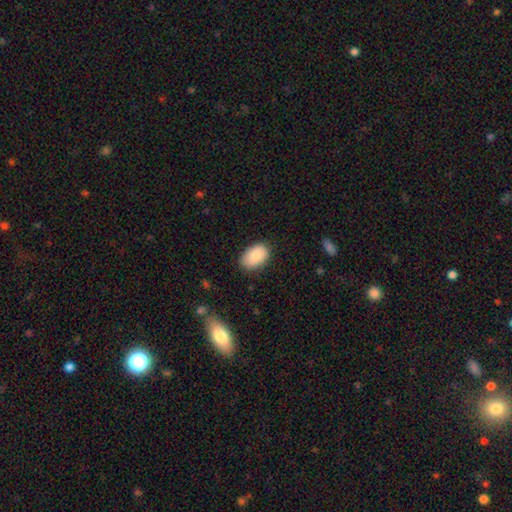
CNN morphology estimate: The model was most divided on "merging": none: 82%, minor disturbance: 14%, major disturbance: 3%, merger: 1%. More confident: how rounded — in between (91%); smooth or featured — smooth (86%).